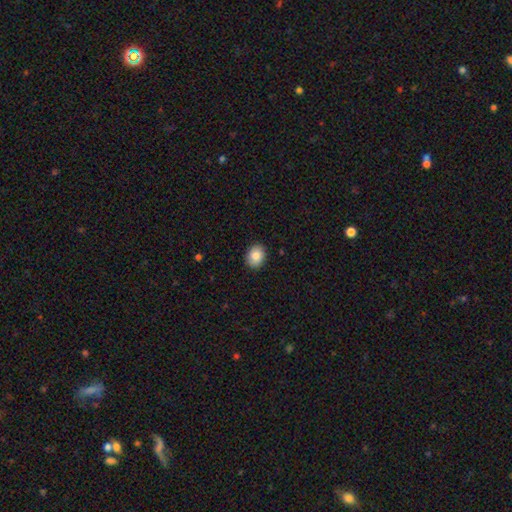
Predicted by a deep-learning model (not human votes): smooth 84%, featured or disk 8%, star or artifact 8%. Down the decision tree: how rounded — in between (53%); merging — none (90%).